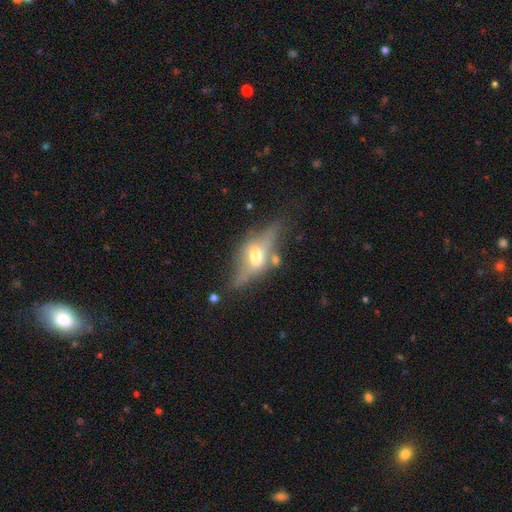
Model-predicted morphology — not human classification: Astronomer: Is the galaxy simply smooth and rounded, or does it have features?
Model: featured or disk — 67%.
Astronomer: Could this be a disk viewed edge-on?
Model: yes — 80%.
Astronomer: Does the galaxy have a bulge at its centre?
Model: rounded — 92%.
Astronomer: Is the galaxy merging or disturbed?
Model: none — 64%.